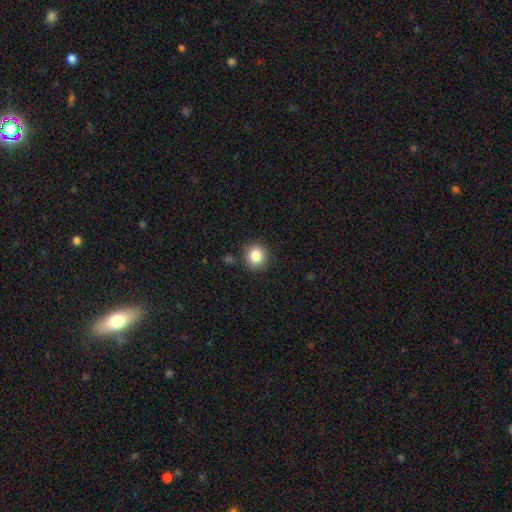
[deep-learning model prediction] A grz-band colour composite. It shows a smooth galaxy with no disk features (85%) that is round (85%). Merging: none (88%).